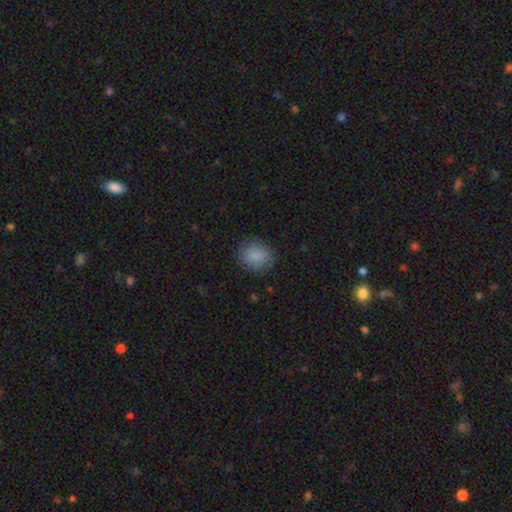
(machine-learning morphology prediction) The model was most divided on "how rounded": round: 61%, in between: 38%, cigar-shaped: 1%. More confident: smooth or featured — smooth (86%); merging — none (81%).